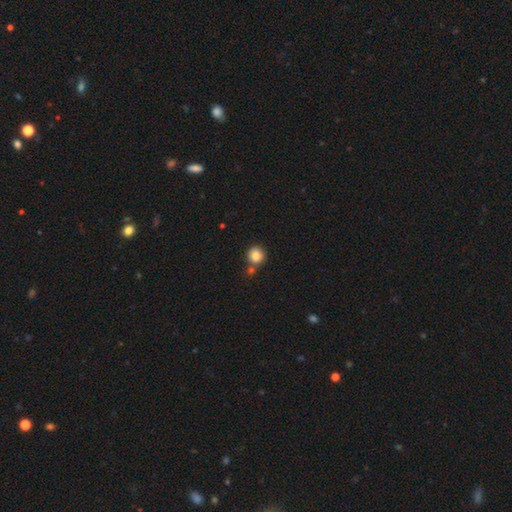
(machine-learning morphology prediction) type=smooth (85%); roundness=round (91%); merging=none (69%).